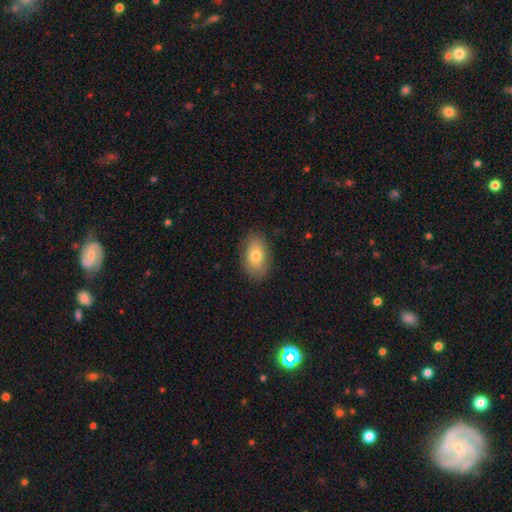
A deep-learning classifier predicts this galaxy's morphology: Overall: smooth (75%). How rounded: in between (89%). Merging: none (83%).